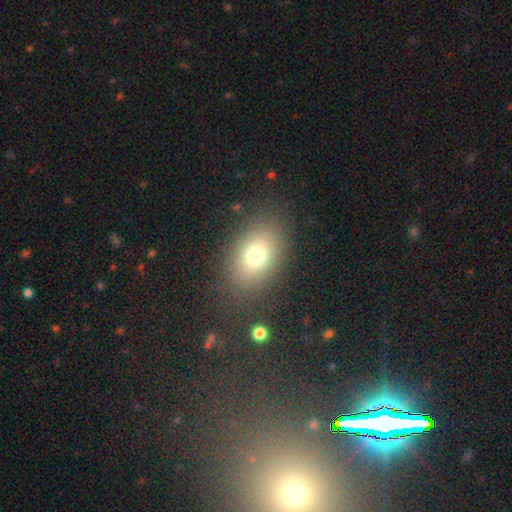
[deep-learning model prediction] Morphology: type=smooth (73%); roundness=in between (76%); merging=none (81%).